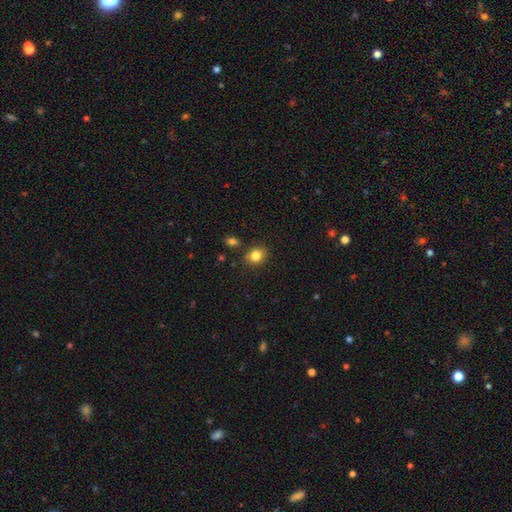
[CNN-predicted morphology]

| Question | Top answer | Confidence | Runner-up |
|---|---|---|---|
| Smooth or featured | smooth | 83% | star or artifact (11%) |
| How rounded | round | 64% | in between (35%) |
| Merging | none | 82% | minor disturbance (11%) |